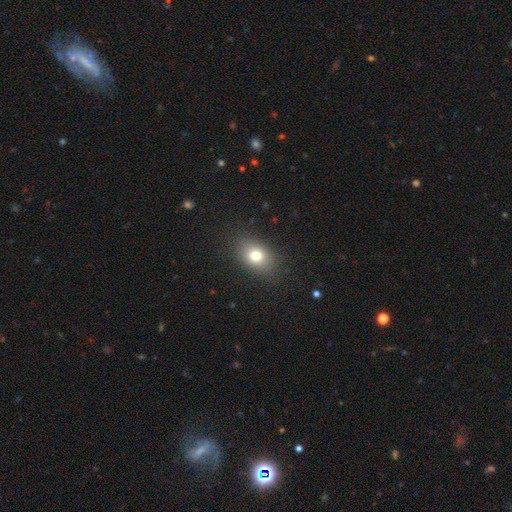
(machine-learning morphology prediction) smooth_or_featured: smooth (p=0.77) [alt: star or artifact p=0.12]
how_rounded: in between (p=0.70) [alt: round p=0.28]
merging: none (p=0.86) [alt: minor disturbance p=0.10]